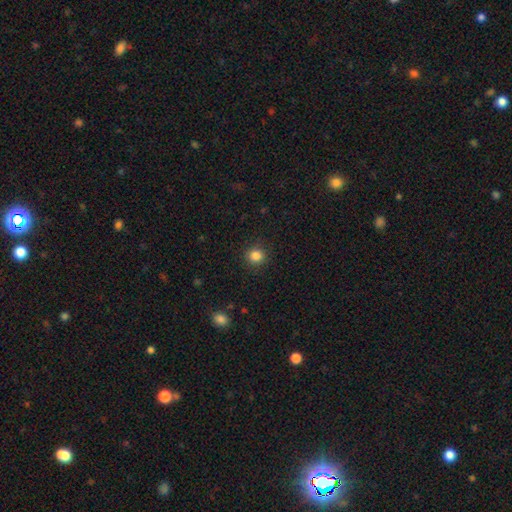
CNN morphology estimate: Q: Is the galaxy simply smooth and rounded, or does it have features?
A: smooth — 84%.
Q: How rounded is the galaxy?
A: round — 92%.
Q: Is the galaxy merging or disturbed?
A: none — 91%.